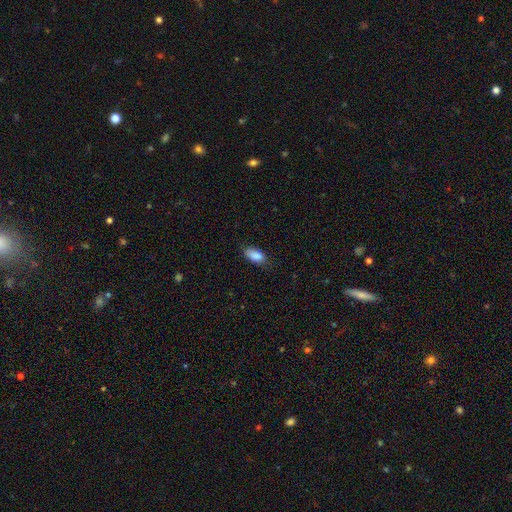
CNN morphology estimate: smooth_or_featured: smooth (p=0.88) [alt: star or artifact p=0.07]
how_rounded: in between (p=0.91) [alt: cigar-shaped p=0.06]
merging: none (p=0.75) [alt: minor disturbance p=0.20]